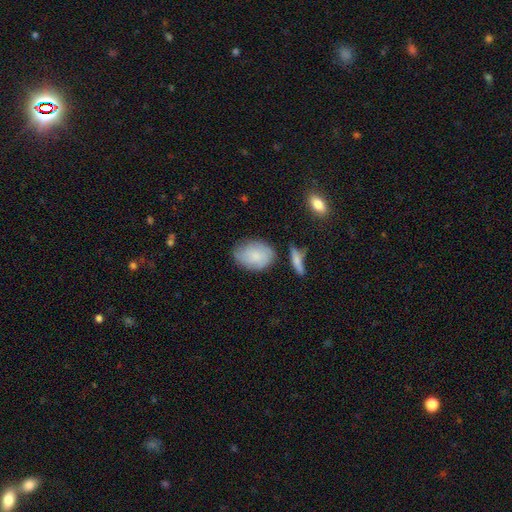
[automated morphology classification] smooth-or-featured: smooth: 73% | featured or disk: 20% | star or artifact: 7%
  how-rounded: in between: 74% | round: 24% | cigar-shaped: 2%
  merging: none: 64% | minor disturbance: 24% | major disturbance: 6% | merger: 6%